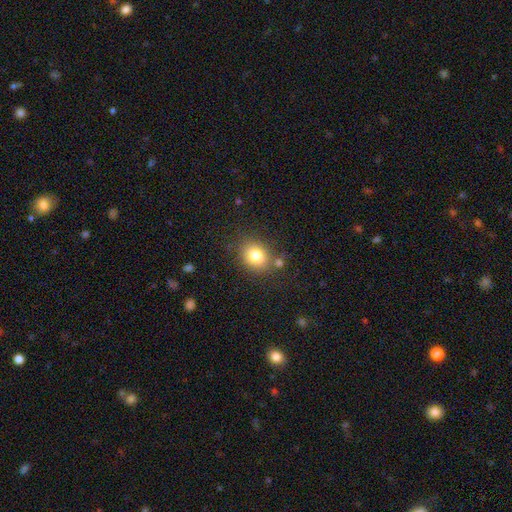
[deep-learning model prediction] This is likely a smooth galaxy (79%). How rounded: likely round (62%). Merging: likely none (76%).